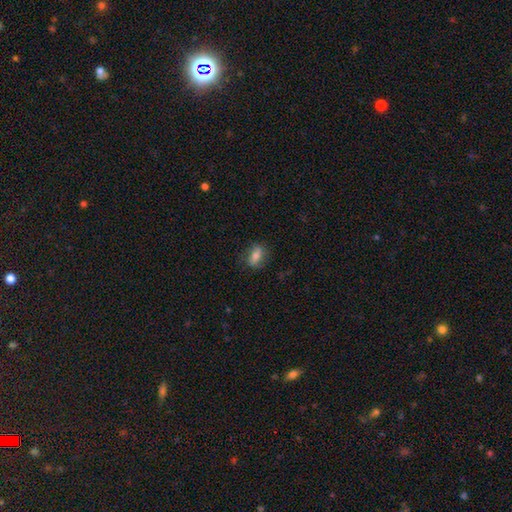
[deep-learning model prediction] Q: Smooth or featured?
A: smooth (70%); runner-up: featured or disk (21%)
Q: How rounded?
A: in between (78%); runner-up: round (12%)
Q: Merging?
A: none (76%); runner-up: minor disturbance (17%)